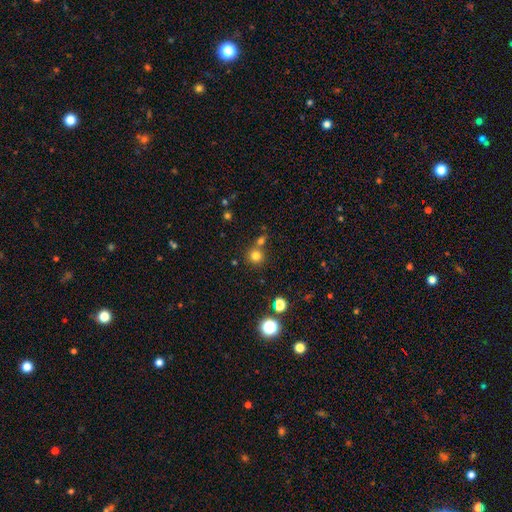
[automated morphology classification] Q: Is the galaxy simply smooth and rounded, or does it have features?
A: smooth — 78%.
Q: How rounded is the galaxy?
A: round — 92%.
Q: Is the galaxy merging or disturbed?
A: none — 69%.